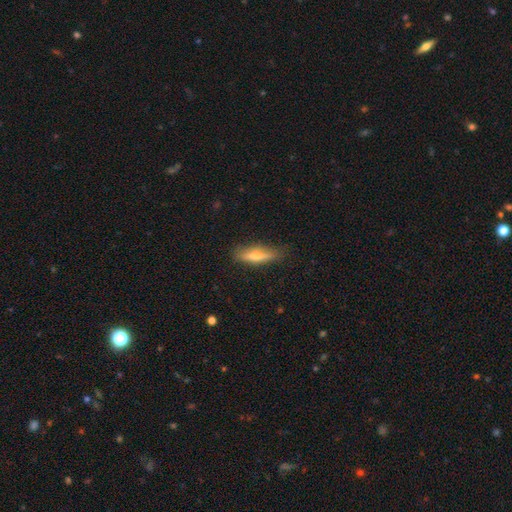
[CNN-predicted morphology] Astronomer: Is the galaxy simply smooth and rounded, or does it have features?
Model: smooth — 60%.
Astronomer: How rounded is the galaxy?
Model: cigar-shaped — 74%.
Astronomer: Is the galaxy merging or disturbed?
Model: none — 79%.